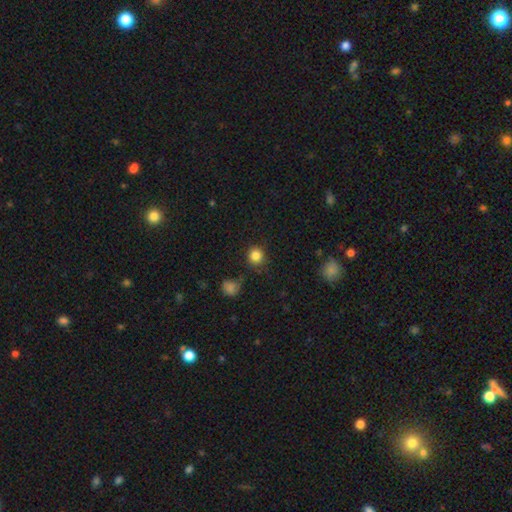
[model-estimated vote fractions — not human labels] Smooth or featured?
  - smooth: 84% *
  - star or artifact: 12%
  - featured or disk: 4%
How rounded?
  - round: 91% *
  - in between: 8%
  - cigar-shaped: 1%
Merging?
  - none: 83% *
  - minor disturbance: 11%
  - major disturbance: 3%
  - merger: 3%